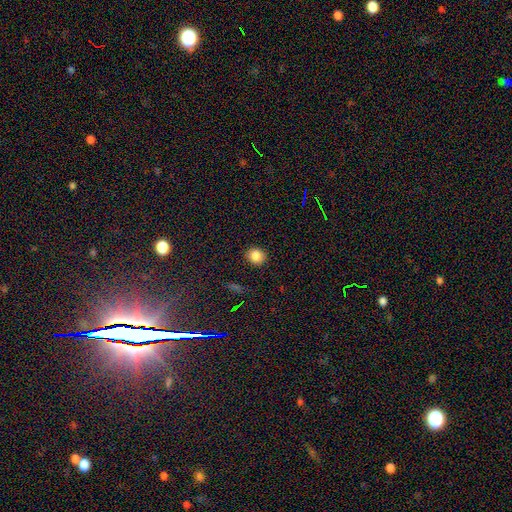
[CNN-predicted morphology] smooth_or_featured: smooth (p=0.84) [alt: star or artifact p=0.10]
how_rounded: round (p=0.71) [alt: in between p=0.28]
merging: none (p=0.89) [alt: minor disturbance p=0.08]